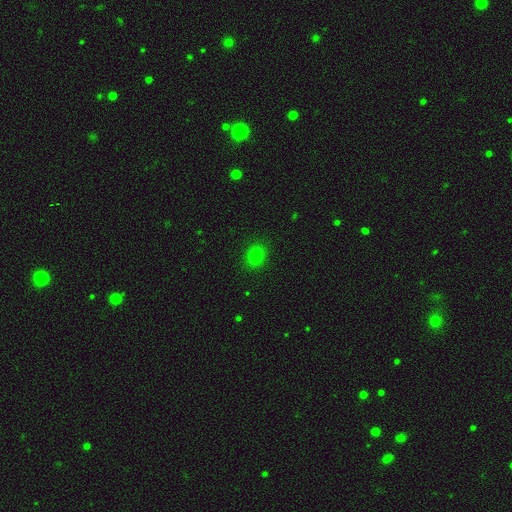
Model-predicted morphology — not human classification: smooth 77%, star or artifact 17%, featured or disk 6%. Down the decision tree: how rounded — round (71%); merging — none (90%).